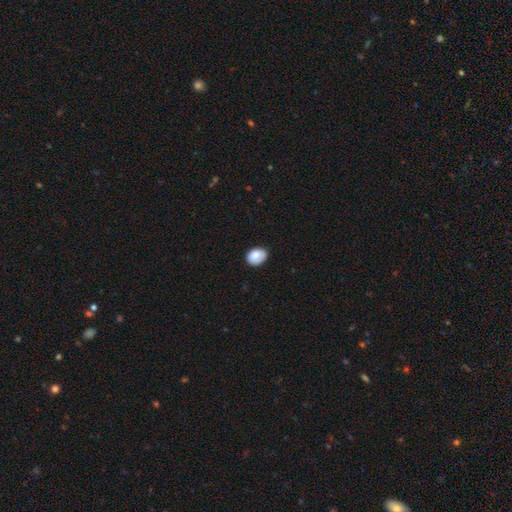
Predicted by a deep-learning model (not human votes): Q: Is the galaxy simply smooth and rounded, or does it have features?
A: smooth — 82%.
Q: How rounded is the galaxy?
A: in between — 66%.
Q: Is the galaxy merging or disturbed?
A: none — 73%.